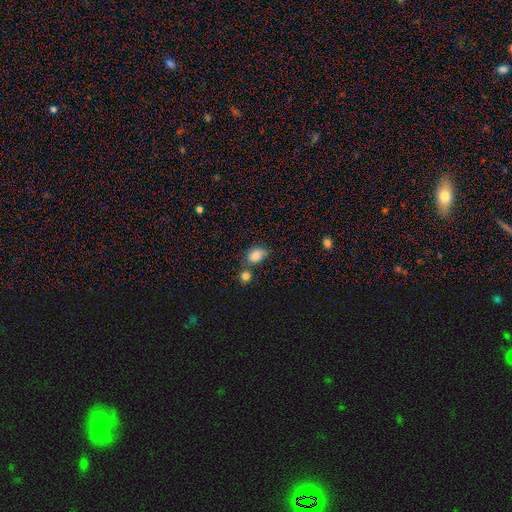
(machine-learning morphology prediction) smooth-or-featured: smooth: 84% | star or artifact: 10% | featured or disk: 7%
  how-rounded: in between: 63% | round: 35% | cigar-shaped: 1%
  merging: none: 50% | minor disturbance: 24% | merger: 19% | major disturbance: 7%